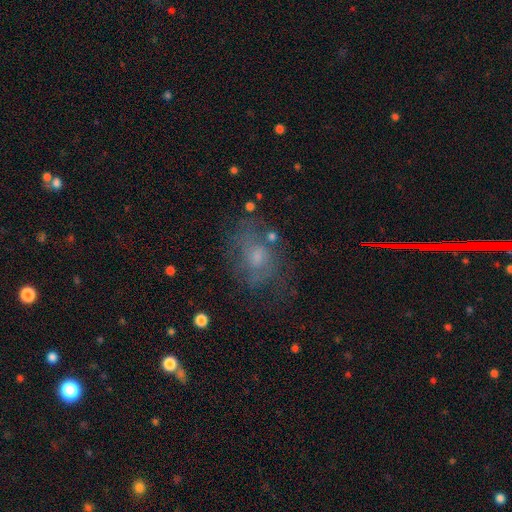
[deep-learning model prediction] The model was most divided on "smooth or featured": featured or disk: 45%, smooth: 41%, star or artifact: 14%. More confident: merging — none (57%).